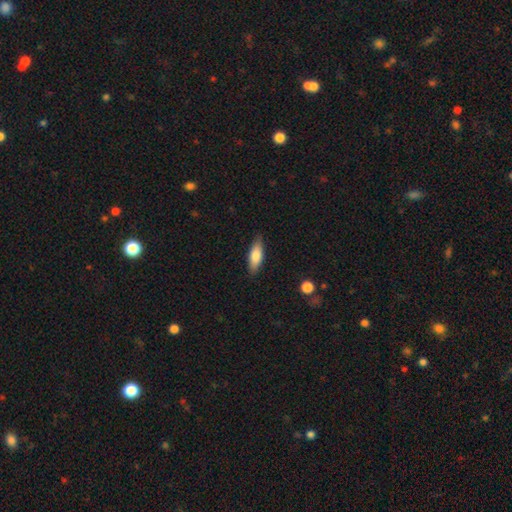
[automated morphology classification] Smooth or featured? Predicted: smooth (p=0.78). How rounded? Predicted: in between (p=0.62). Merging? Predicted: none (p=0.85).